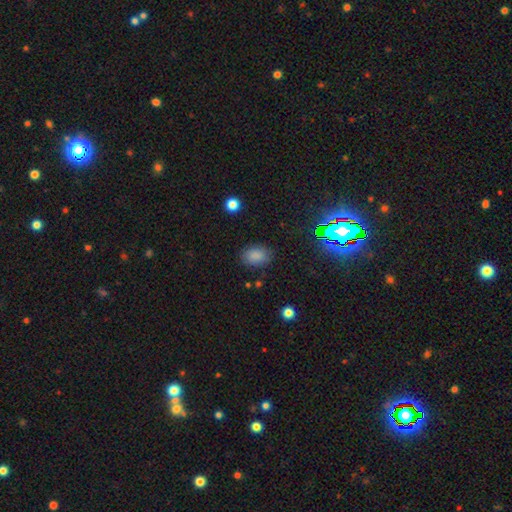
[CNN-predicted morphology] smooth_or_featured: smooth (p=0.84) [alt: star or artifact p=0.11]
how_rounded: in between (p=0.79) [alt: round p=0.19]
merging: none (p=0.83) [alt: minor disturbance p=0.12]